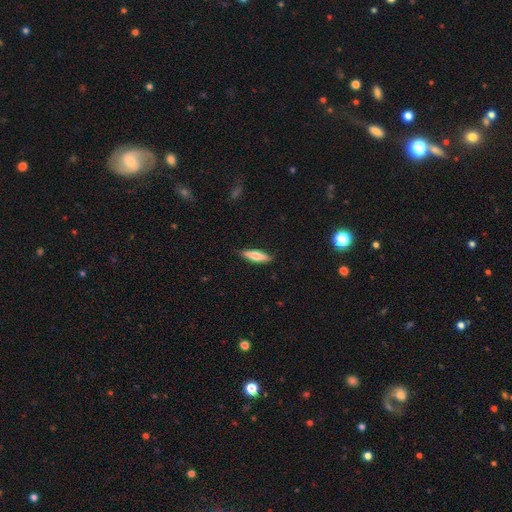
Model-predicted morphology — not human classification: Overall: smooth (65%; featured or disk 29%). How rounded: cigar-shaped (72%). Merging: none (87%).